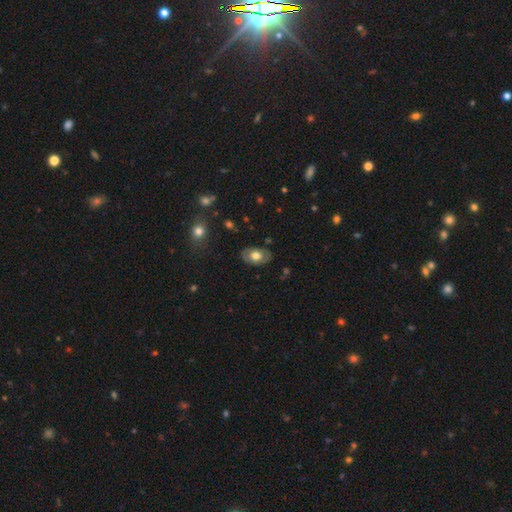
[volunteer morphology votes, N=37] smooth-or-featured: smooth: 54% | featured or disk: 41% | star or artifact: 5%
  how-rounded: in between: 85% | round: 15% | cigar-shaped: 0%
  merging: none: 86% | minor disturbance: 14% | major disturbance: 0% | merger: 0%